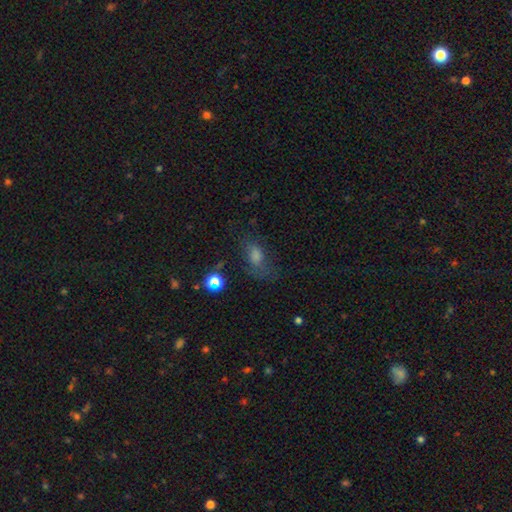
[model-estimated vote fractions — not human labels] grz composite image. It shows a smooth galaxy with no disk features (55%) that is in between round and cigar-shaped (77%). Merging: none (54%).